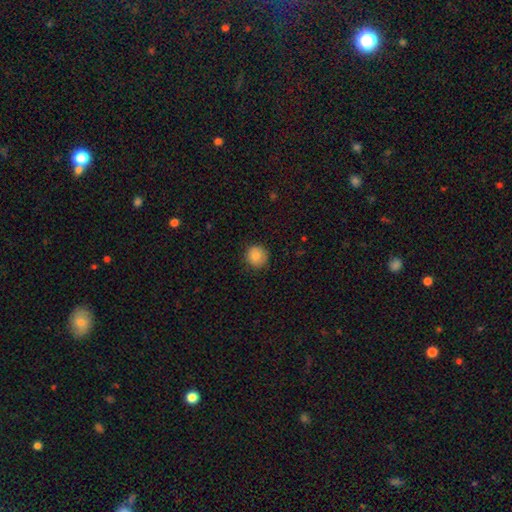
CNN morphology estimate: smooth-or-featured: smooth: 85% | star or artifact: 9% | featured or disk: 5%
  how-rounded: round: 93% | in between: 6% | cigar-shaped: 1%
  merging: none: 87% | minor disturbance: 9% | major disturbance: 2% | merger: 1%